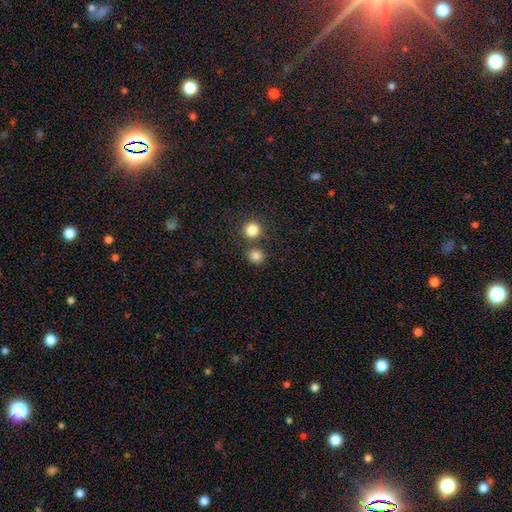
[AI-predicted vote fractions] A smooth galaxy with no disk features (82%) that is round (87%). Merging: none (70%).